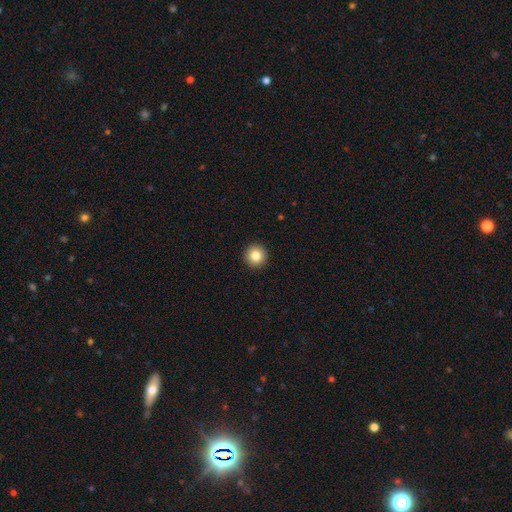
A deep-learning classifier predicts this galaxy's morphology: type=smooth (84%); roundness=round (96%); merging=none (94%).